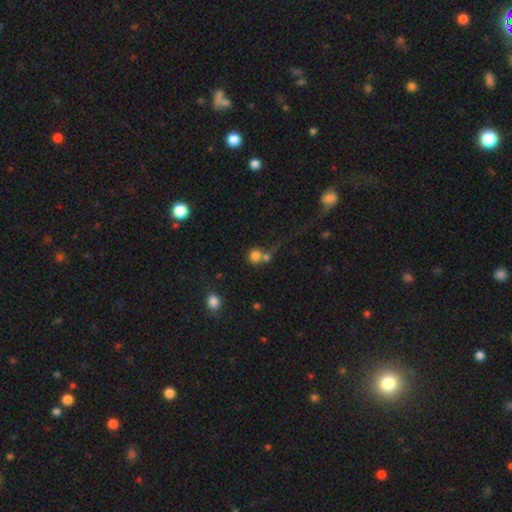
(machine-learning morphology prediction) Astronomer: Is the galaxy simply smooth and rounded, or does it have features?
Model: smooth — 77%.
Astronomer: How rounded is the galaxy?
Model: round — 86%.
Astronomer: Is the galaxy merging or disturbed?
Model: merger — 44% (runner-up: none, 41%).